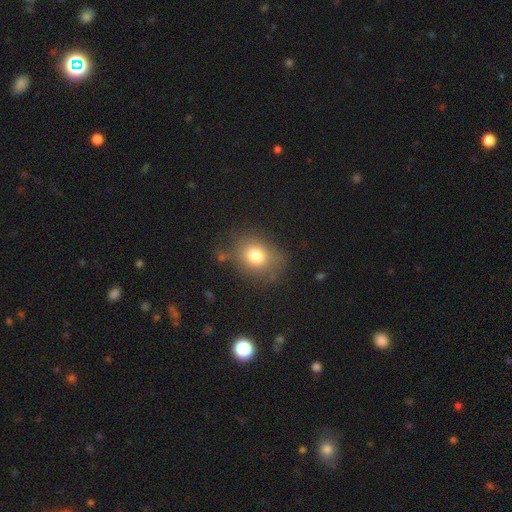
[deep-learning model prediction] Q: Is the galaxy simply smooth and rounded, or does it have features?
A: smooth — 77%.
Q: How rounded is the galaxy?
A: in between — 50%.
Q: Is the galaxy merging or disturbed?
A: none — 70%.